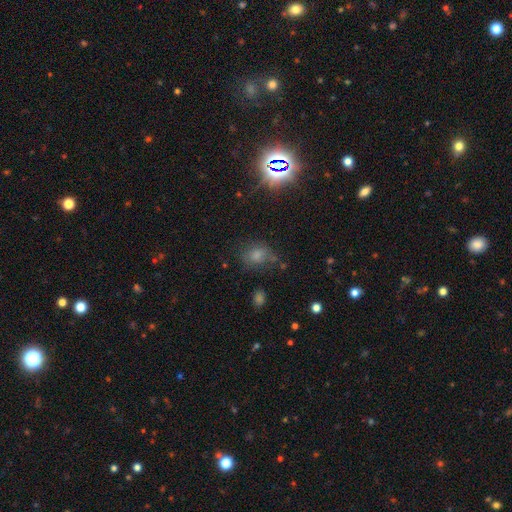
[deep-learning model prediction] Smooth or featured? smooth (46%)
Merging? none (67%)